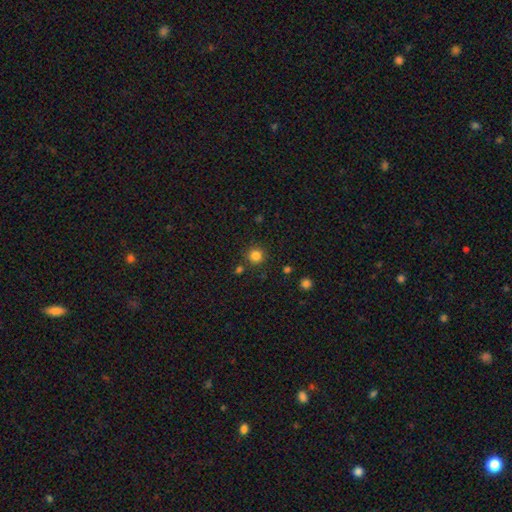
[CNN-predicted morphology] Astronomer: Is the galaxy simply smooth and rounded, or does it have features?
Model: smooth — 83%.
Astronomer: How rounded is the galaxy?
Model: round — 94%.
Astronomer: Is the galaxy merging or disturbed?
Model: none — 86%.